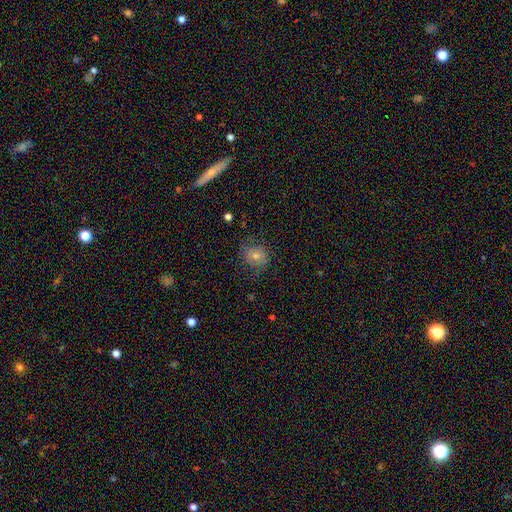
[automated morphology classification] Smooth or featured? smooth (52%)
How rounded? round (74%)
Merging? none (74%)